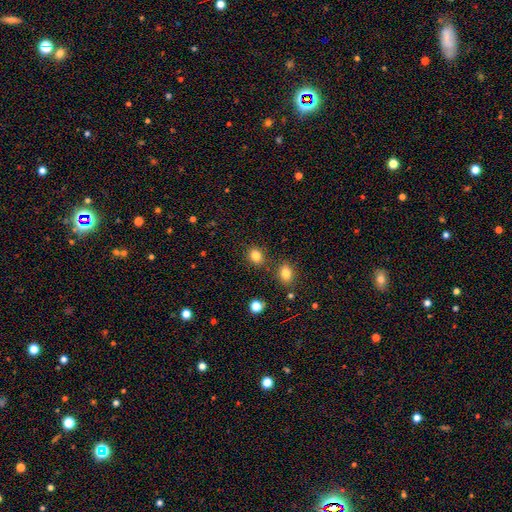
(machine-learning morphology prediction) smooth-or-featured: smooth: 82% | star or artifact: 12% | featured or disk: 6%
  how-rounded: round: 67% | in between: 32% | cigar-shaped: 1%
  merging: none: 81% | minor disturbance: 9% | merger: 7% | major disturbance: 3%